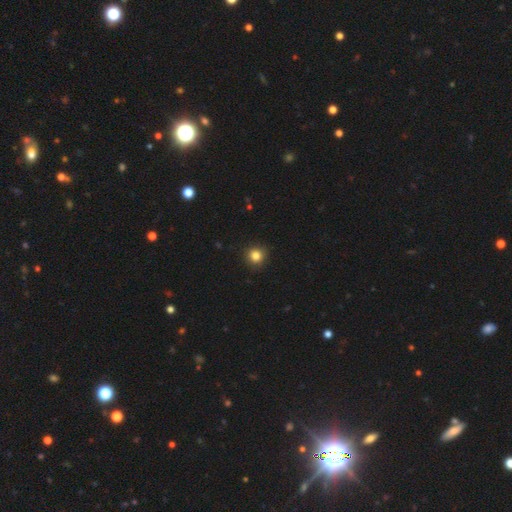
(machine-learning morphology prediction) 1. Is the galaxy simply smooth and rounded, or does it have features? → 83% smooth, 12% star or artifact, 5% featured or disk.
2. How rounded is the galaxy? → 93% round, 6% in between, 1% cigar-shaped.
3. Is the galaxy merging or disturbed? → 90% none, 7% minor disturbance, 2% major disturbance, 1% merger.